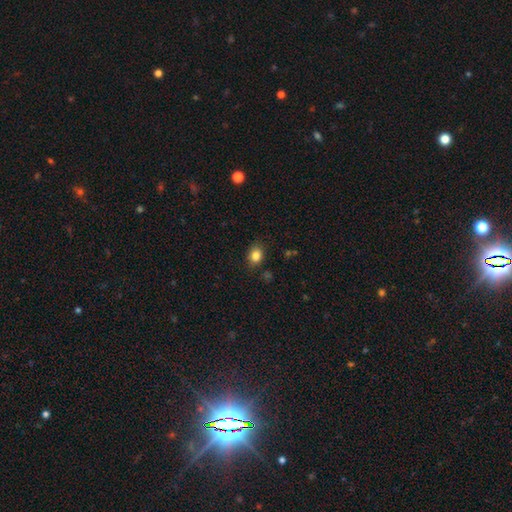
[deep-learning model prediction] This appears to be a smooth galaxy with no disk features (83%) that is in between round and cigar-shaped (52%). Merging: none (82%).